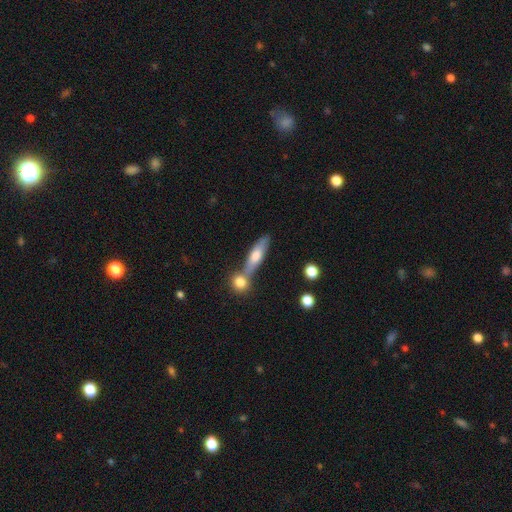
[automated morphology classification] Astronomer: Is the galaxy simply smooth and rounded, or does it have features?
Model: smooth — 63%.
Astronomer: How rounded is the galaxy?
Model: cigar-shaped — 59% (runner-up: in between, 37%).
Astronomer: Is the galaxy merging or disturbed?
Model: none — 51% (runner-up: merger, 33%).